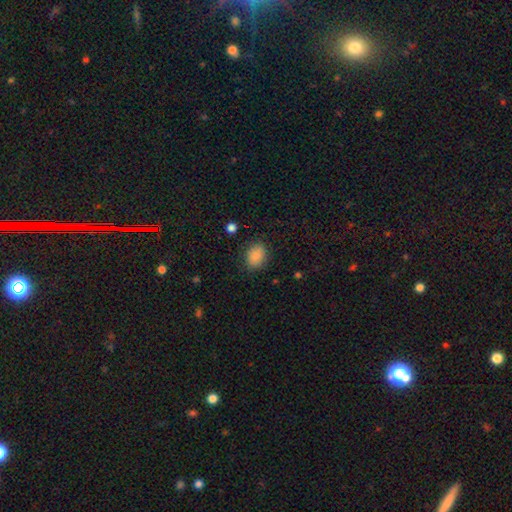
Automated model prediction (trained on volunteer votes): Overall: smooth (87%). How rounded: in between (66%; round 33%). Merging: none (84%).